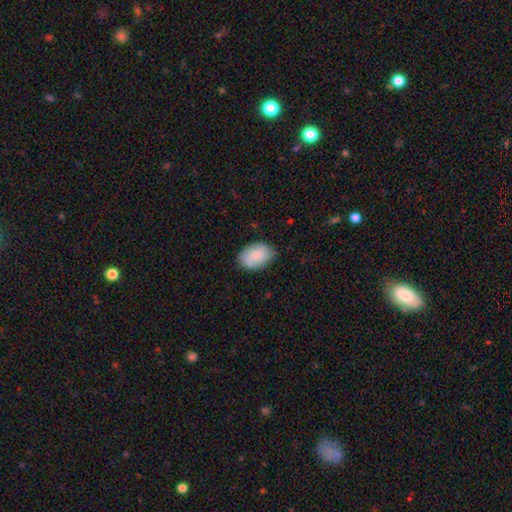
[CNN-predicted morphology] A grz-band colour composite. It shows a smooth galaxy with no disk features (85%) that is in between round and cigar-shaped (88%). Merging: none (73%).